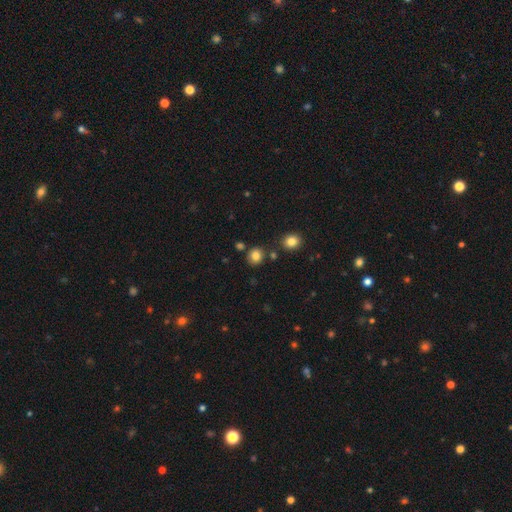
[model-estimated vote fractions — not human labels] Smooth or featured? smooth (83%)
How rounded? round (79%)
Merging? none (81%)